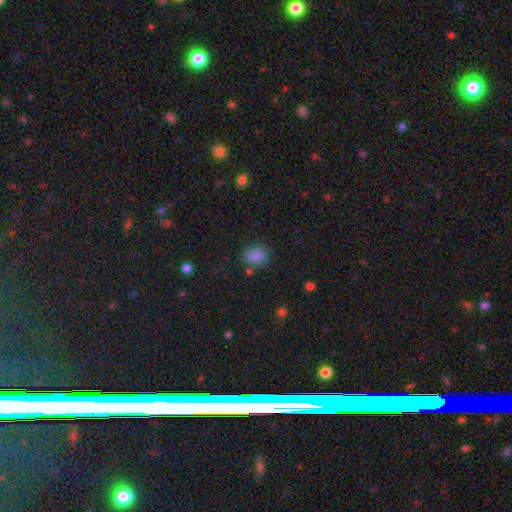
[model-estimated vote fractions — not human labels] Smooth or featured? Predicted: smooth (p=0.84). How rounded? Predicted: in between (p=0.61). Merging? Predicted: none (p=0.73).